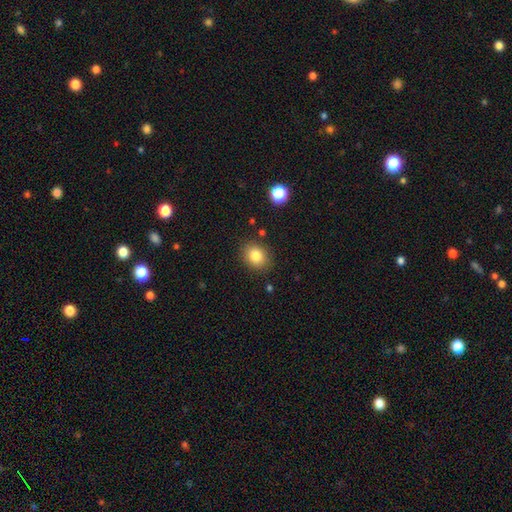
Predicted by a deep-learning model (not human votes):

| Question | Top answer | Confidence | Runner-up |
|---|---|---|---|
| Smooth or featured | smooth | 82% | star or artifact (10%) |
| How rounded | round | 53% | in between (46%) |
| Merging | none | 86% | minor disturbance (9%) |